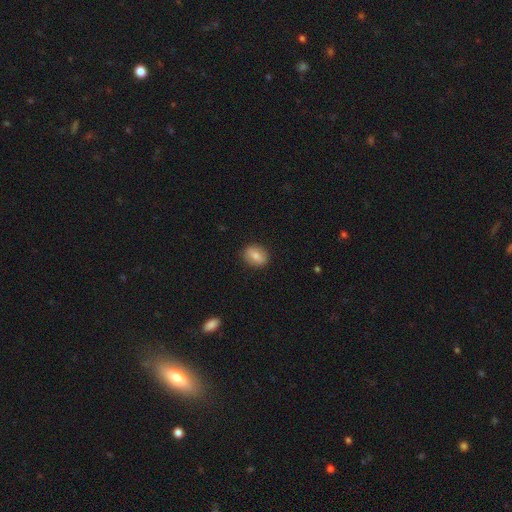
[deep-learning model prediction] Overall: smooth (76%). How rounded: in between (58%; round 40%). Merging: none (88%).